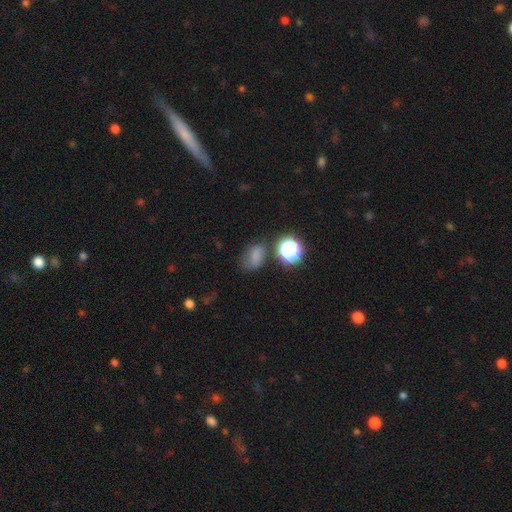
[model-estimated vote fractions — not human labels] A smooth galaxy with no disk features (72%) that is in between round and cigar-shaped (68%). Merging: none (59%).